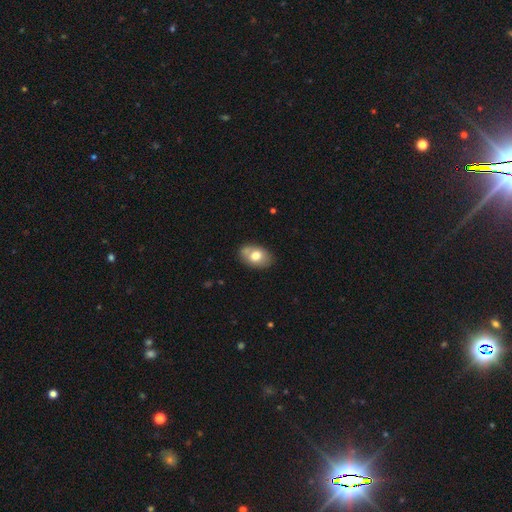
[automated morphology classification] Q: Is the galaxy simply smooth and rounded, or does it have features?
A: smooth — 72%.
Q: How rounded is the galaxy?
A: in between — 84%.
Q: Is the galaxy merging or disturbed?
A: none — 66%.